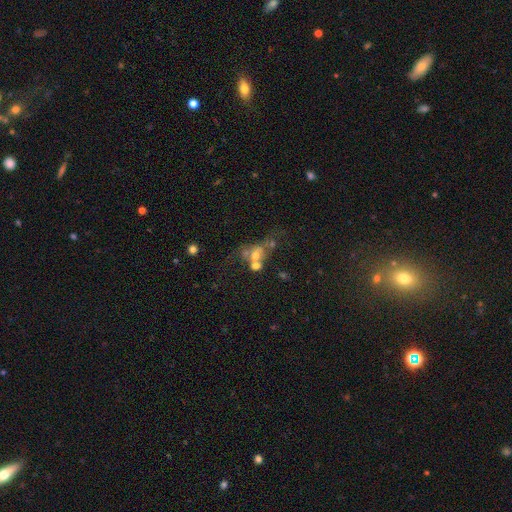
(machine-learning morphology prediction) Smooth or featured? smooth (53%)
How rounded? round (56%)
Merging? merger (57%)